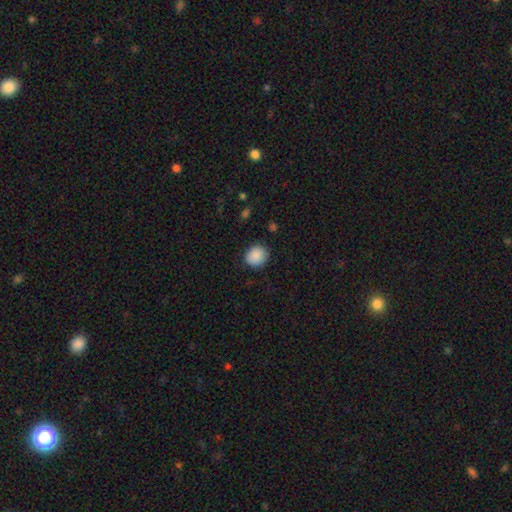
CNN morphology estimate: The model was most divided on "how rounded": round: 75%, in between: 25%, cigar-shaped: 1%. More confident: smooth or featured — smooth (89%); merging — none (83%).